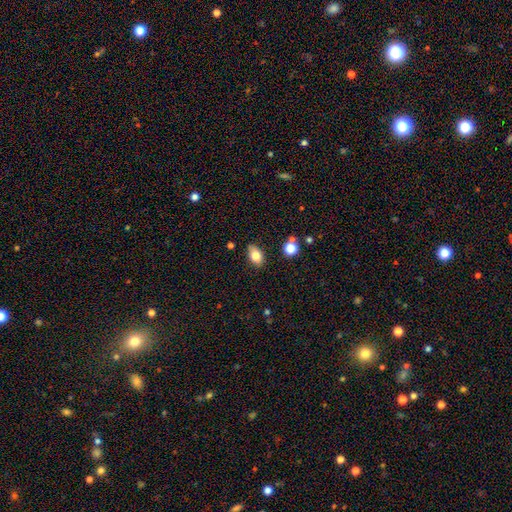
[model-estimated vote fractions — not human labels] Smooth or featured? smooth (80%)
How rounded? in between (87%)
Merging? none (80%)